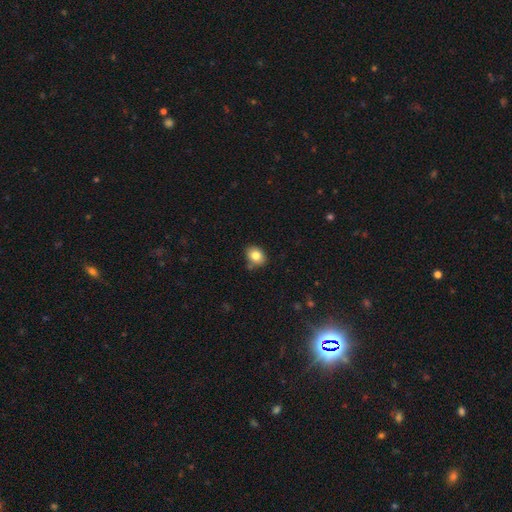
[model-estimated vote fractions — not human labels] Smooth or featured? smooth (81%)
How rounded? in between (59%)
Merging? none (78%)